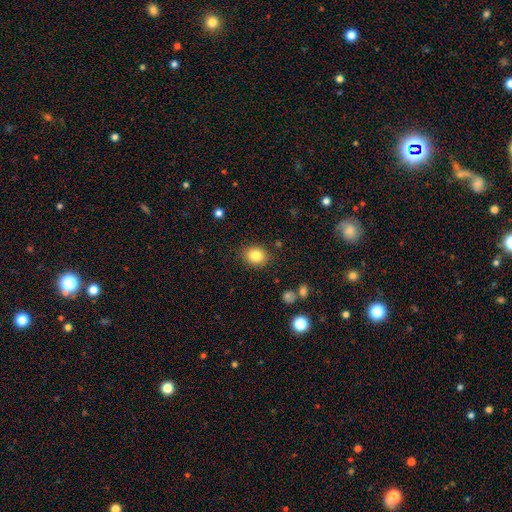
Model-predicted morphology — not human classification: A smooth galaxy with no disk features (83%) that is round (59%).

Vote fractions:
- Smooth or featured? smooth: 83% / star or artifact: 10% / featured or disk: 7%
- How rounded? round: 59% / in between: 40% / cigar-shaped: 1%
- Merging? none: 87% / minor disturbance: 9% / major disturbance: 3% / merger: 2%